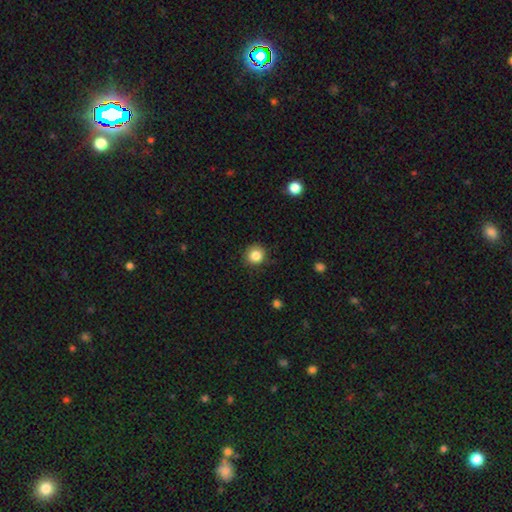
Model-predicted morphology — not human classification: type=smooth (85%); roundness=round (90%); merging=none (87%).